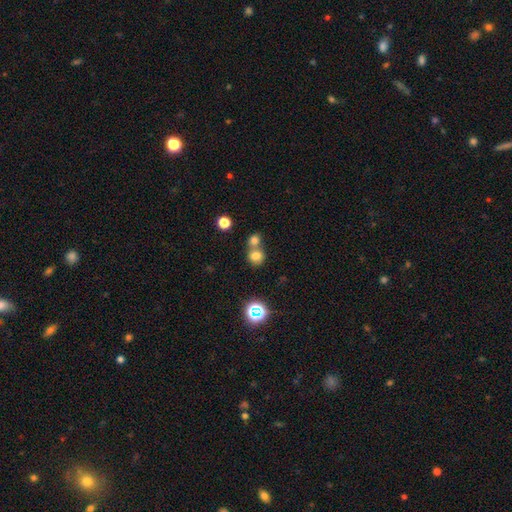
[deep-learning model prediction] smooth_or_featured: smooth (p=0.75) [alt: star or artifact p=0.16]
how_rounded: round (p=0.81) [alt: in between p=0.18]
merging: merger (p=0.47) [alt: none p=0.44]